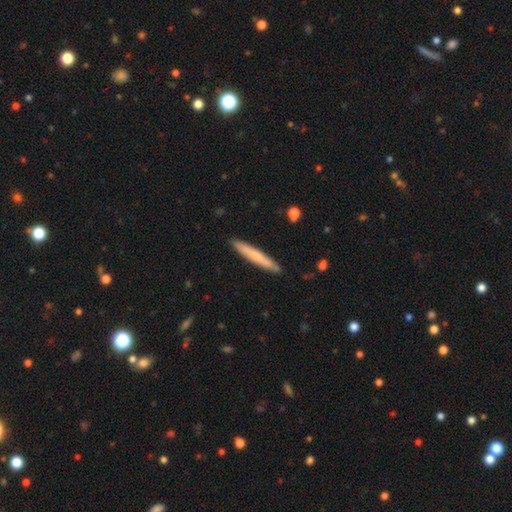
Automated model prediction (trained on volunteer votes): Smooth or featured: smooth — 63% (featured or disk — 32%)
How rounded: cigar-shaped — 95% (in between — 4%)
Merging: none — 88% (minor disturbance — 9%)